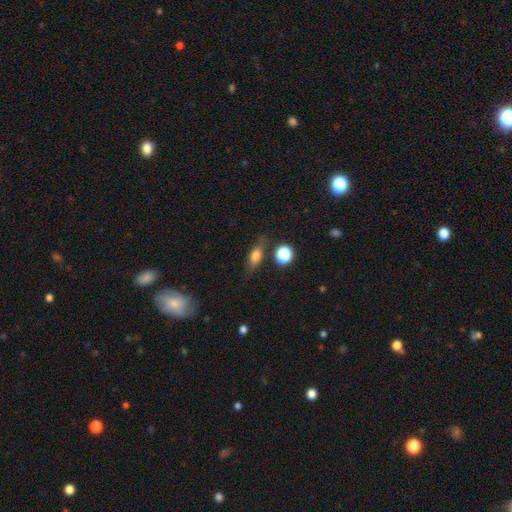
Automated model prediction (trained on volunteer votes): Q: Smooth or featured?
A: smooth (68%); runner-up: featured or disk (21%)
Q: How rounded?
A: in between (59%); runner-up: cigar-shaped (26%)
Q: Merging?
A: none (72%); runner-up: minor disturbance (17%)